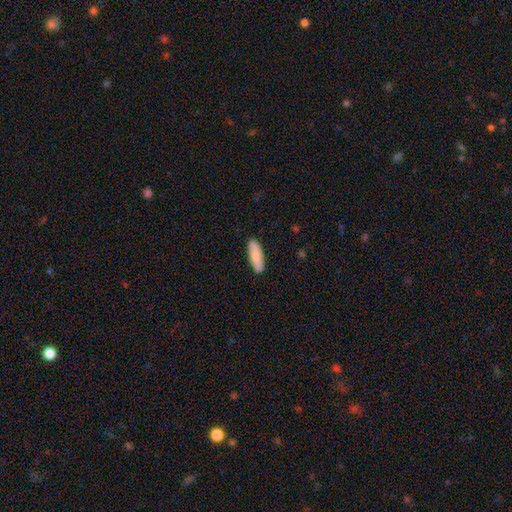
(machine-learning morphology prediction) smooth-or-featured: smooth: 81% | featured or disk: 13% | star or artifact: 6%
  how-rounded: cigar-shaped: 57% | in between: 42% | round: 2%
  merging: none: 87% | minor disturbance: 10% | major disturbance: 2% | merger: 1%